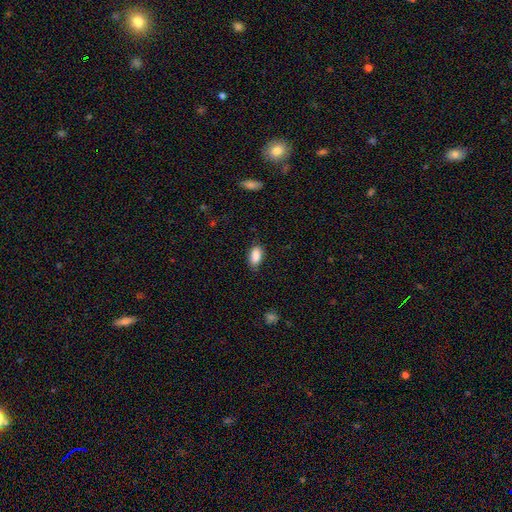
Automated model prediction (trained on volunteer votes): Smooth or featured? Predicted: smooth (p=0.88). How rounded? Predicted: in between (p=0.91). Merging? Predicted: none (p=0.77).